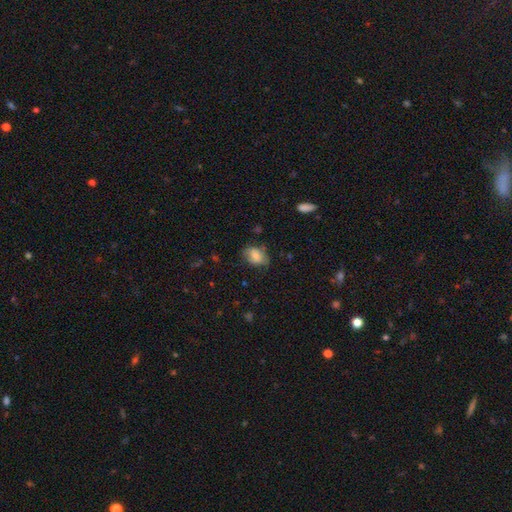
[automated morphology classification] type=smooth (74%); roundness=in between (77%); merging=none (59%).